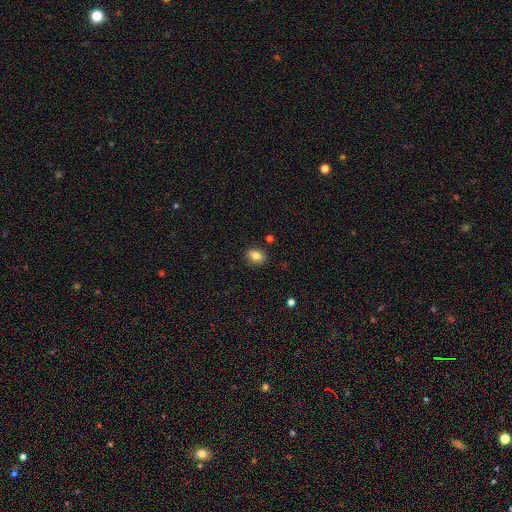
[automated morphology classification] A smooth galaxy with no disk features (84%) that is in between round and cigar-shaped (66%). Merging: none (87%).